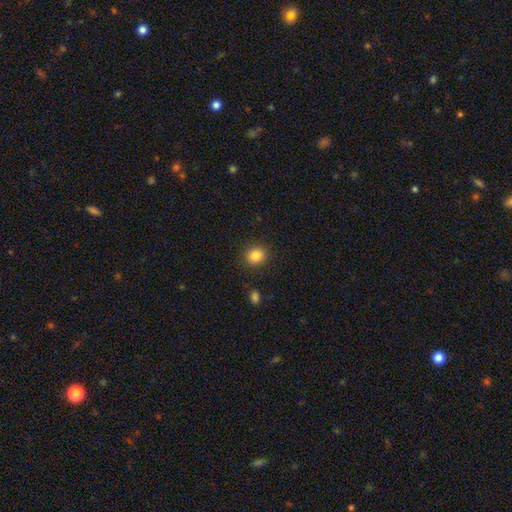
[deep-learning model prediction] smooth-or-featured: smooth: 85% | star or artifact: 10% | featured or disk: 5%
  how-rounded: round: 76% | in between: 23% | cigar-shaped: 1%
  merging: none: 88% | minor disturbance: 8% | major disturbance: 2% | merger: 1%